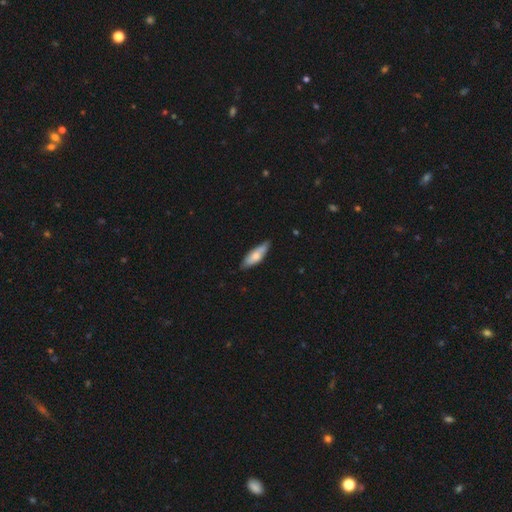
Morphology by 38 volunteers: smooth_or_featured: smooth (p=0.58) [alt: featured or disk p=0.32]
how_rounded: in between (p=0.68) [alt: cigar-shaped p=0.32]
merging: none (p=0.71) [alt: minor disturbance p=0.24]